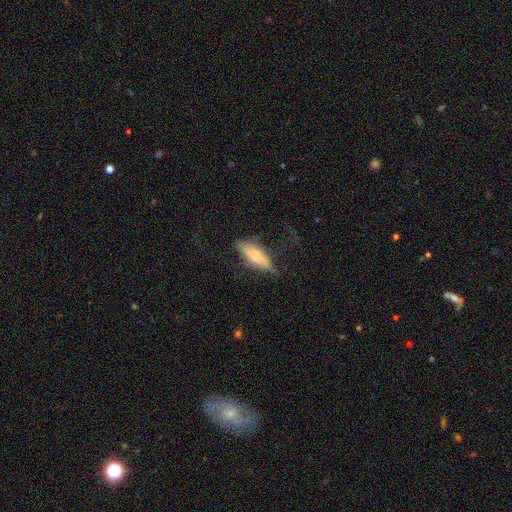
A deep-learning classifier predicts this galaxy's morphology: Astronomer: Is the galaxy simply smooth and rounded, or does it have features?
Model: smooth — 61%.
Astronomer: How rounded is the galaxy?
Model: in between — 50% (runner-up: cigar-shaped, 47%).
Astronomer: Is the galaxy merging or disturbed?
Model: none — 49% (runner-up: minor disturbance, 28%).